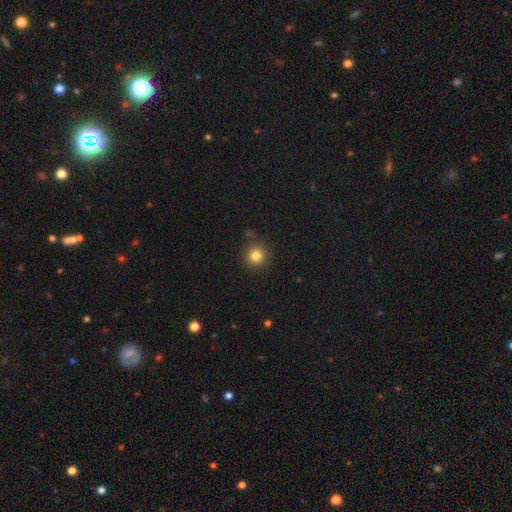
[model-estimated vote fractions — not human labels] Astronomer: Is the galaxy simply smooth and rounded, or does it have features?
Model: smooth — 83%.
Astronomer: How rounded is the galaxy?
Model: round — 94%.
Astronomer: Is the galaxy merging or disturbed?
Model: none — 87%.